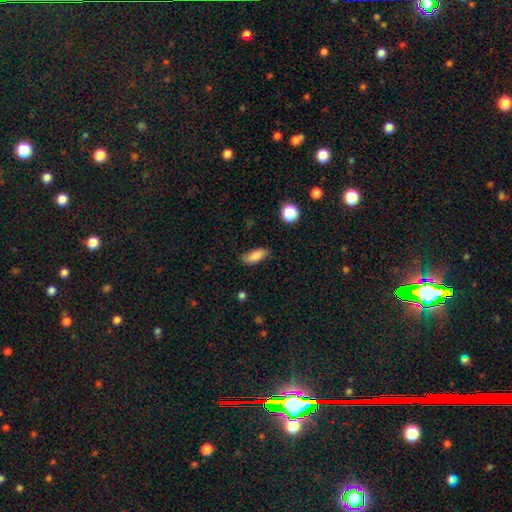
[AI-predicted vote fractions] Smooth or featured: smooth — 84% (star or artifact — 8%)
How rounded: in between — 81% (cigar-shaped — 16%)
Merging: none — 80% (minor disturbance — 16%)